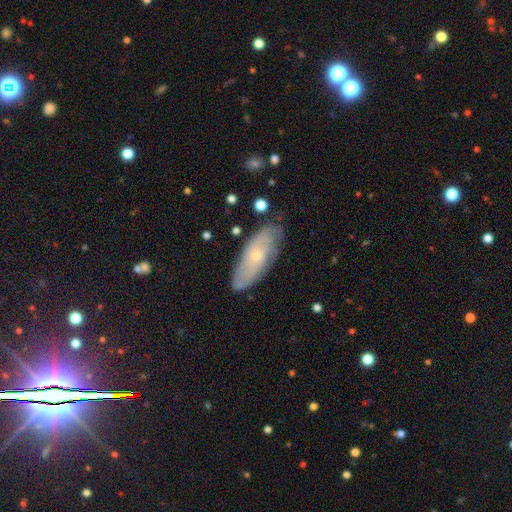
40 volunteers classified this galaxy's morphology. type=featured or disk (50%); edge-on=no (75%); bar=no (87%); spiral arms=yes (80%); winding=tight (75%); arm count=can't tell (58%); bulge=small (80%); merging=none (68%).